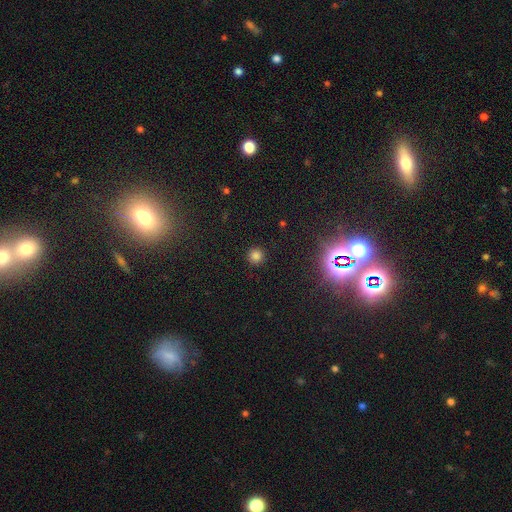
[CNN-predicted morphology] Smooth or featured: smooth — 80% (star or artifact — 16%)
How rounded: round — 95% (in between — 4%)
Merging: none — 92% (minor disturbance — 5%)